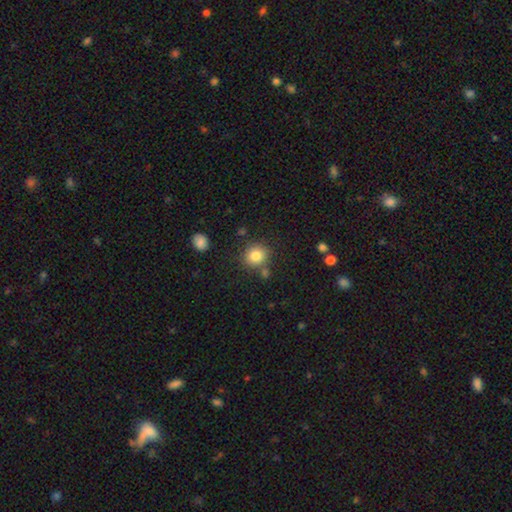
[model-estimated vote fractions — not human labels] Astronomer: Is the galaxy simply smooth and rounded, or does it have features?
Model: smooth — 82%.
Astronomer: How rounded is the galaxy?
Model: round — 85%.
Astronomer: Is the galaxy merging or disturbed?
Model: none — 77%.